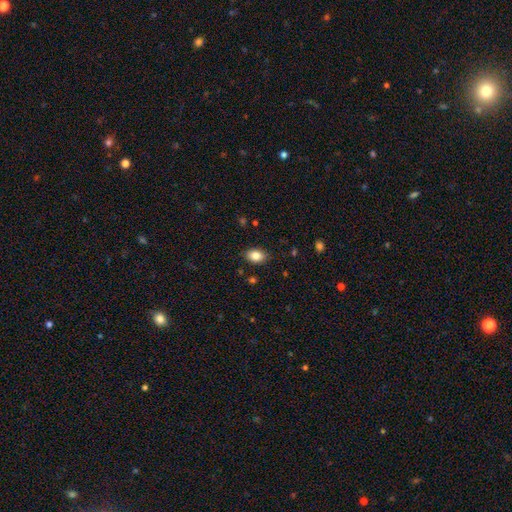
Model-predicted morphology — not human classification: This appears to be a smooth galaxy with no disk features (84%) that is in between round and cigar-shaped (82%). Merging: none (86%).